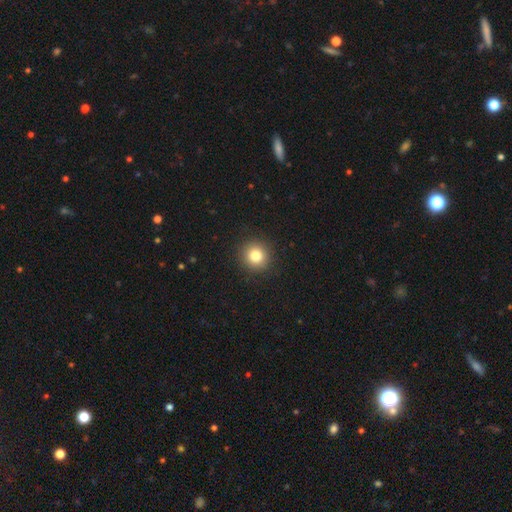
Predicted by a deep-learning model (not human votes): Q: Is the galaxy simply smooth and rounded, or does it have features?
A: smooth — 81%.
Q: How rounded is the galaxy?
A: round — 93%.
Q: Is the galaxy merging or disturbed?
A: none — 92%.